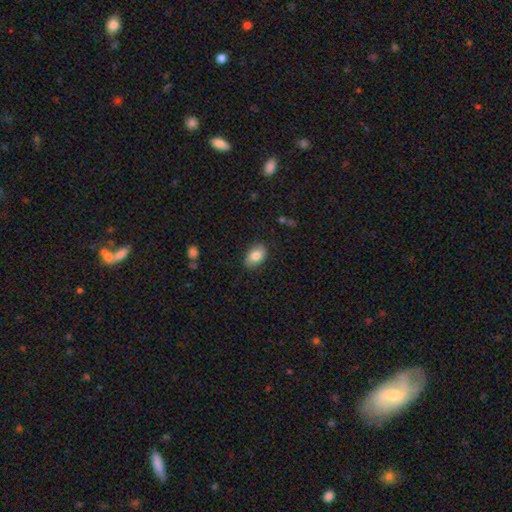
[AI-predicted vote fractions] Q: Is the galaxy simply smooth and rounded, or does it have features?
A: smooth — 80%.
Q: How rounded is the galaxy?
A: in between — 88%.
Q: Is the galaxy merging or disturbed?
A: none — 84%.